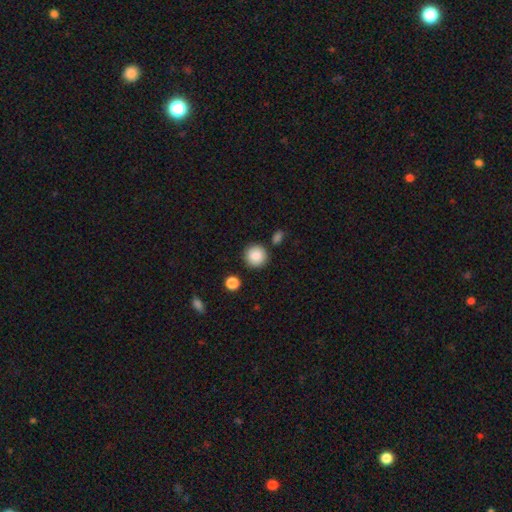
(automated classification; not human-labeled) Smooth or featured: smooth — 87% (star or artifact — 8%)
How rounded: round — 93% (in between — 6%)
Merging: none — 86% (minor disturbance — 8%)